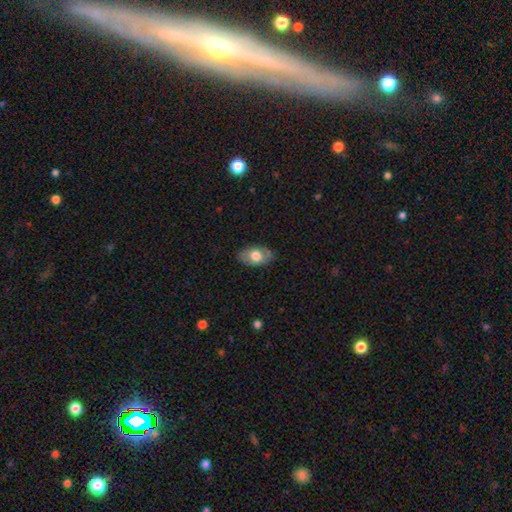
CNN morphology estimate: type=smooth (66%); roundness=in between (90%); merging=none (81%).